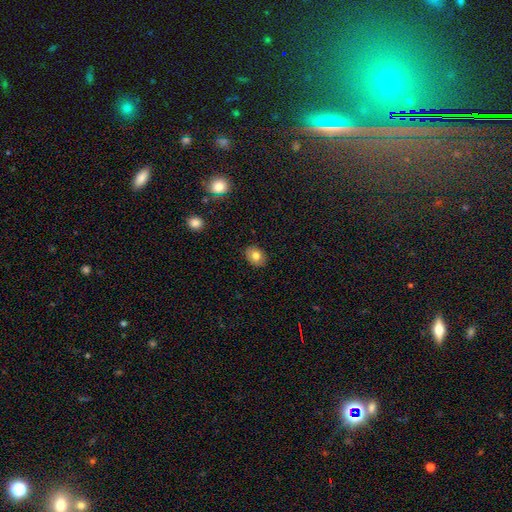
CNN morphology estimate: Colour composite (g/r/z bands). It shows a smooth galaxy with no disk features (79%) that is in between round and cigar-shaped (64%). Merging: none (88%).